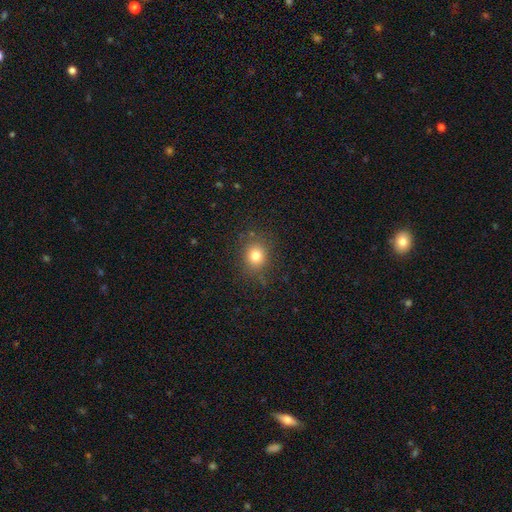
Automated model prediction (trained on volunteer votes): Smooth or featured?
  - smooth: 79% *
  - star or artifact: 13%
  - featured or disk: 8%
How rounded?
  - round: 69% *
  - in between: 30%
  - cigar-shaped: 1%
Merging?
  - none: 83% *
  - minor disturbance: 11%
  - major disturbance: 4%
  - merger: 2%